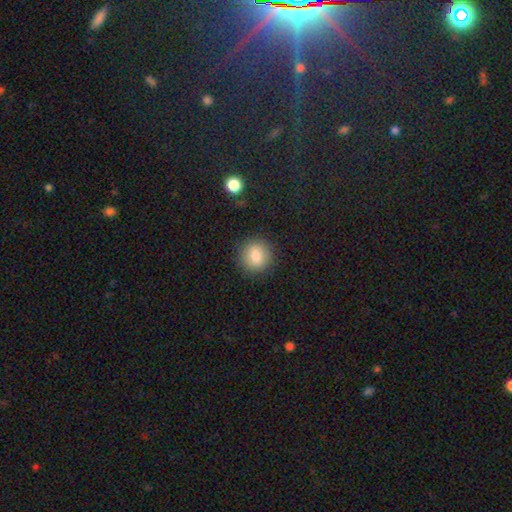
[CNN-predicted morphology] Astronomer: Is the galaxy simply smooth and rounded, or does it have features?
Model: smooth — 80%.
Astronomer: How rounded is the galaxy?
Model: round — 90%.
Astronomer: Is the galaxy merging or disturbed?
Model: none — 88%.